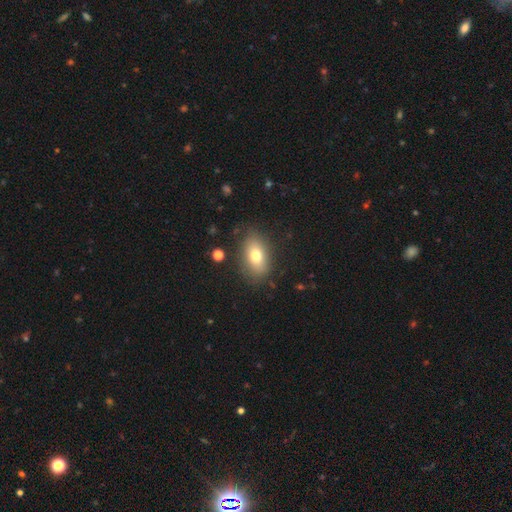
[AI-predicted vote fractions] smooth_or_featured: smooth (p=0.73) [alt: featured or disk p=0.18]
how_rounded: in between (p=0.86) [alt: round p=0.11]
merging: none (p=0.81) [alt: minor disturbance p=0.13]